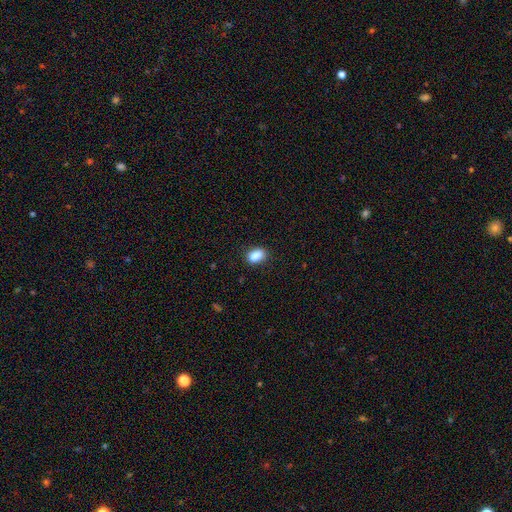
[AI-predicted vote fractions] Q: Smooth or featured?
A: smooth (87%); runner-up: star or artifact (9%)
Q: How rounded?
A: in between (86%); runner-up: round (11%)
Q: Merging?
A: none (82%); runner-up: minor disturbance (13%)